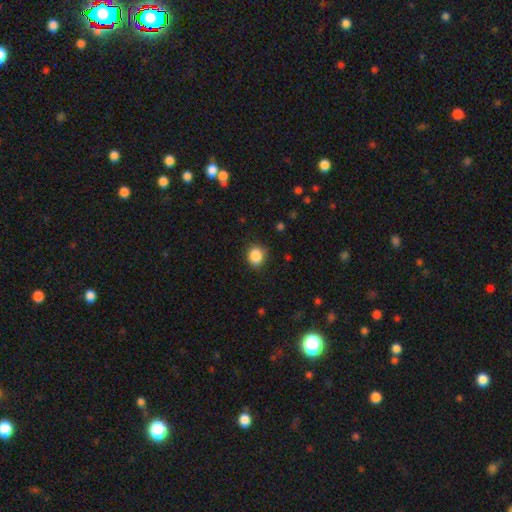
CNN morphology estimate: This appears to be a smooth galaxy with no disk features (87%) that is round (66%). Merging: none (84%).